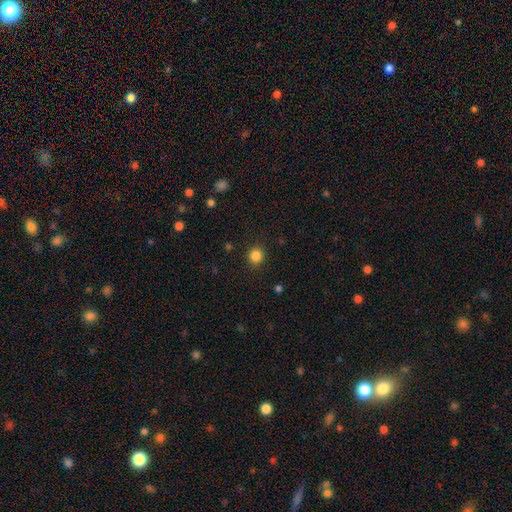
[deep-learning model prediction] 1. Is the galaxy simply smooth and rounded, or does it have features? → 85% smooth, 12% star or artifact, 4% featured or disk.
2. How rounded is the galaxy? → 91% round, 8% in between, 1% cigar-shaped.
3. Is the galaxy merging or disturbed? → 91% none, 6% minor disturbance, 2% major disturbance, 1% merger.